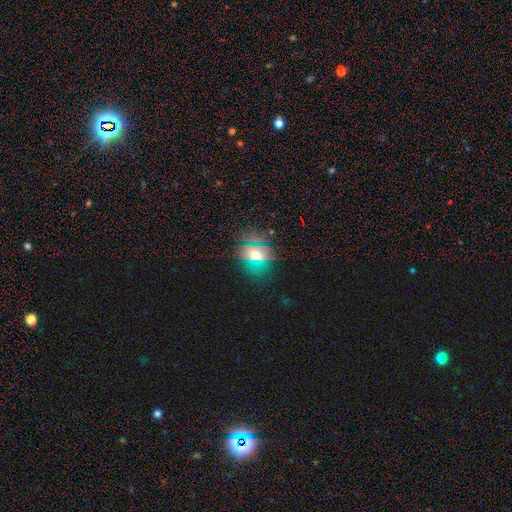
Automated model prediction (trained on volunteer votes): This is possibly a smooth galaxy (53%). How rounded: possibly in between (50%). Merging: likely none (77%).